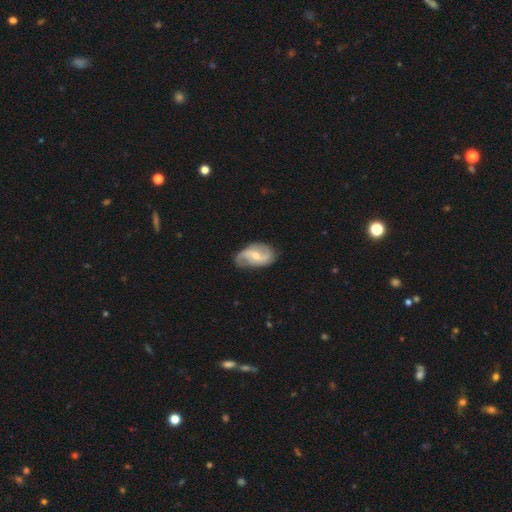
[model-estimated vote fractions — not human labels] A featured or disk galaxy (81%) with a weak bar (51%), 2 (85%) loose (46%) spiral arms (94%) and a small central bulge (48%).

Vote fractions:
- Smooth or featured? featured or disk: 81% / smooth: 14% / star or artifact: 5%
- Edge-on disk? no: 97% / yes: 3%
- Bar? weak: 51% / no: 30% / strong: 20%
- Spiral arms? yes: 94% / no: 6%
- Spiral winding? loose: 46% / medium: 39% / tight: 15%
- Spiral arm count? 2: 85% / can't tell: 6% / 3: 3% / 1: 3% / 4: 1% / more than 4: 1%
- Bulge size? small: 48% / moderate: 47% / none: 2% / large: 2% / dominant: 1%
- Merging? none: 72% / minor disturbance: 21% / major disturbance: 6% / merger: 1%